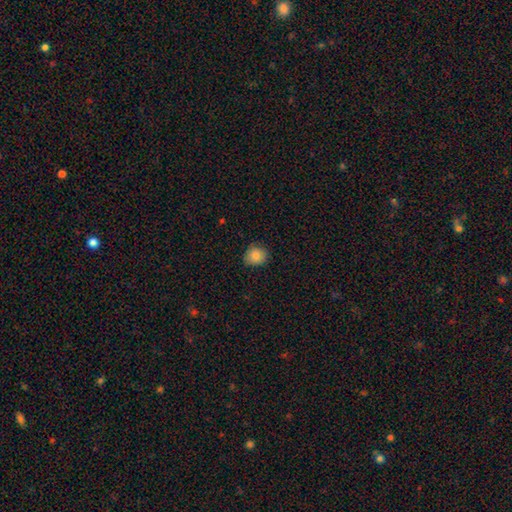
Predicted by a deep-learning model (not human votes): The model was most divided on "how rounded": round: 74%, in between: 25%, cigar-shaped: 1%. More confident: smooth or featured — smooth (83%); merging — none (81%).